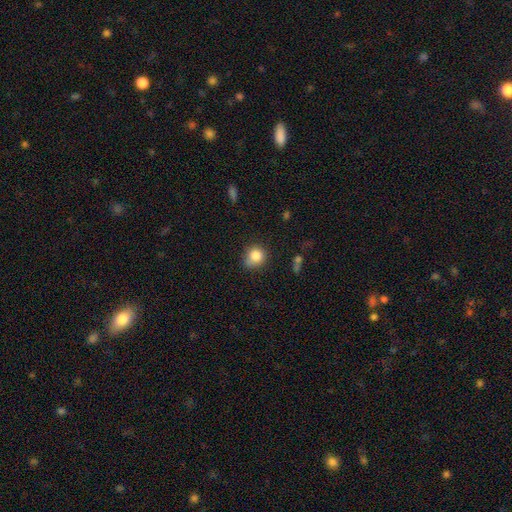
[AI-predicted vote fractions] A smooth galaxy with no disk features (83%) that is round (83%).

Vote fractions:
- Smooth or featured? smooth: 83% / star or artifact: 10% / featured or disk: 7%
- How rounded? round: 83% / in between: 16% / cigar-shaped: 1%
- Merging? none: 67% / minor disturbance: 23% / major disturbance: 6% / merger: 5%